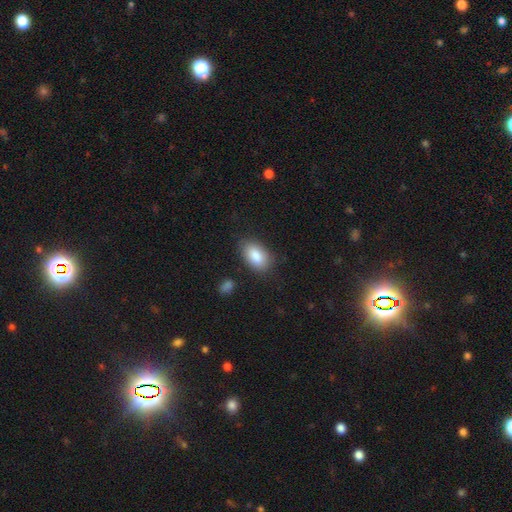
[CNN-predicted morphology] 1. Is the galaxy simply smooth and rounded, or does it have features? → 87% smooth, 7% featured or disk, 7% star or artifact.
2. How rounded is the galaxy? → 93% in between, 5% round, 2% cigar-shaped.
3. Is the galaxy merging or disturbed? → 81% none, 14% minor disturbance, 4% major disturbance, 2% merger.